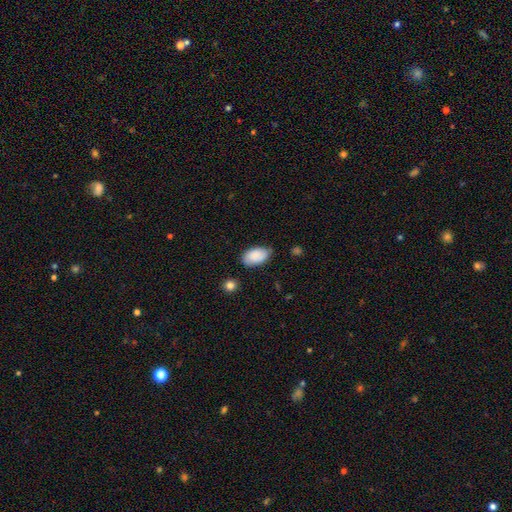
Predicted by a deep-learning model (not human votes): This appears to be a smooth galaxy with no disk features (83%) that is in between round and cigar-shaped (93%). Merging: none (70%).